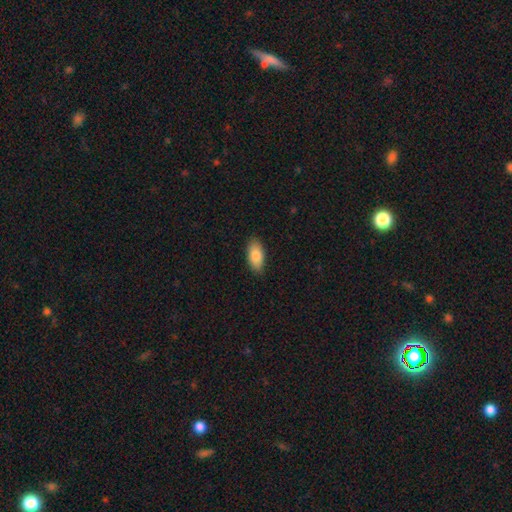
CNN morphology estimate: Smooth or featured: smooth — 85% (featured or disk — 9%)
How rounded: in between — 91% (cigar-shaped — 6%)
Merging: none — 87% (minor disturbance — 10%)